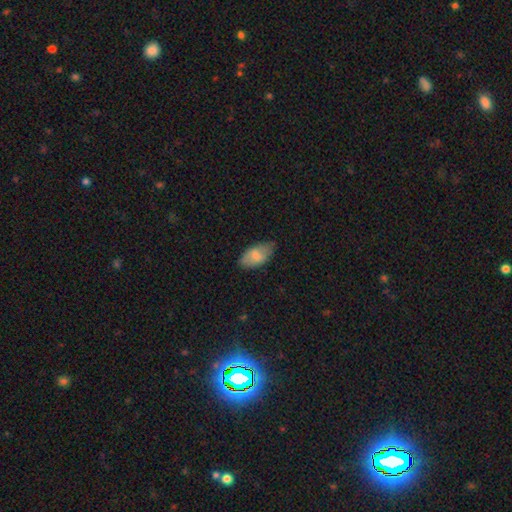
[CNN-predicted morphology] Smooth or featured? smooth (73%)
How rounded? in between (93%)
Merging? none (74%)